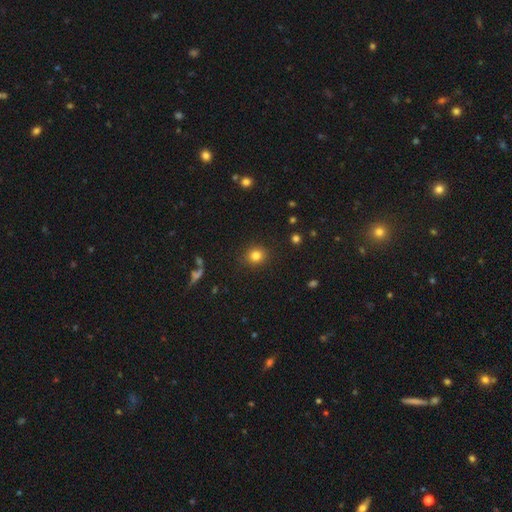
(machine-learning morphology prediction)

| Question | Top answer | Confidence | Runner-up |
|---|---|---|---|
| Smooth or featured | smooth | 82% | star or artifact (12%) |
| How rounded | round | 85% | in between (14%) |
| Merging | none | 89% | minor disturbance (7%) |